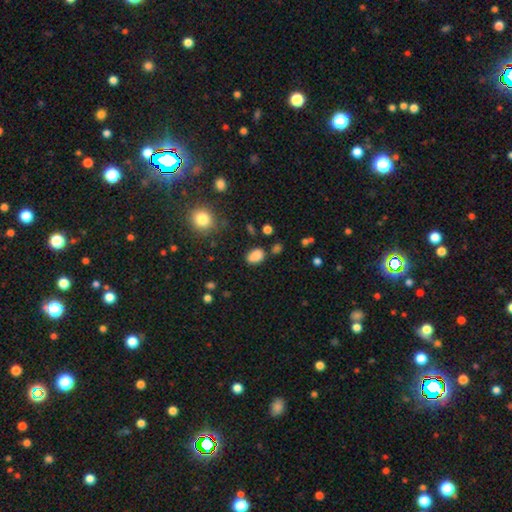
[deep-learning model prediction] Morphology: type=smooth (86%); roundness=in between (84%); merging=none (78%).